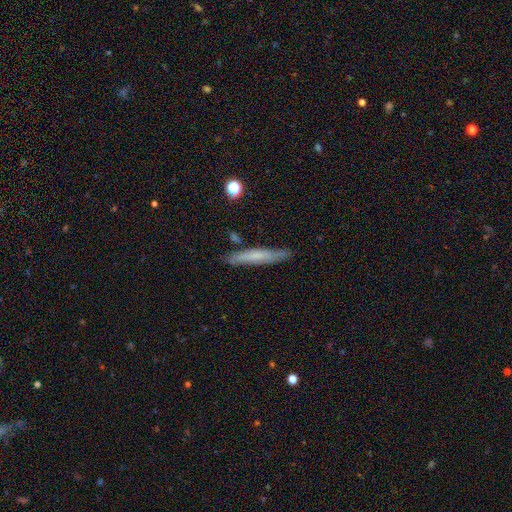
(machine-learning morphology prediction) Overall: smooth (57%; featured or disk 36%). How rounded: cigar-shaped (93%). Merging: none (83%).